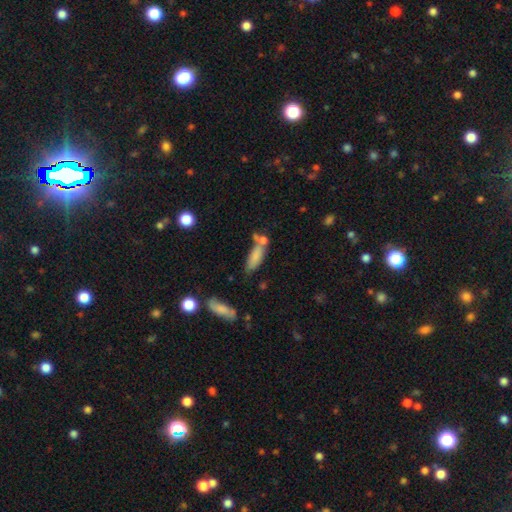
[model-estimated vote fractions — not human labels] smooth-or-featured: smooth: 78% | featured or disk: 13% | star or artifact: 8%
  how-rounded: in between: 59% | cigar-shaped: 39% | round: 3%
  merging: none: 46% | merger: 27% | minor disturbance: 19% | major disturbance: 8%